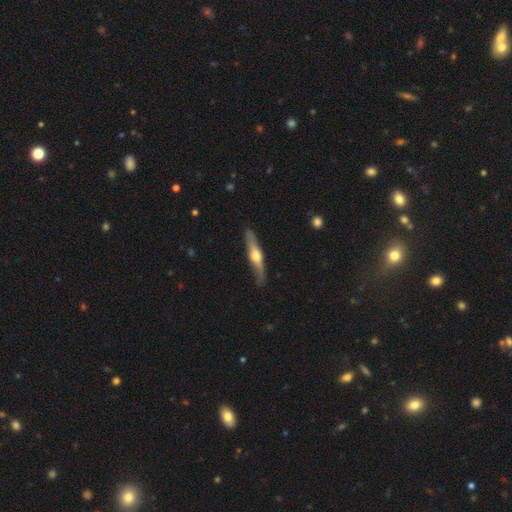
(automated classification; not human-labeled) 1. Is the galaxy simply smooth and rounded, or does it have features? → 66% featured or disk, 29% smooth, 5% star or artifact.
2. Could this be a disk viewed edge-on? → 93% yes, 7% no.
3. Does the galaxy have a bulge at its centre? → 93% rounded, 4% none, 3% boxy.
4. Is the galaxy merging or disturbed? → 84% none, 13% minor disturbance, 2% major disturbance, 1% merger.